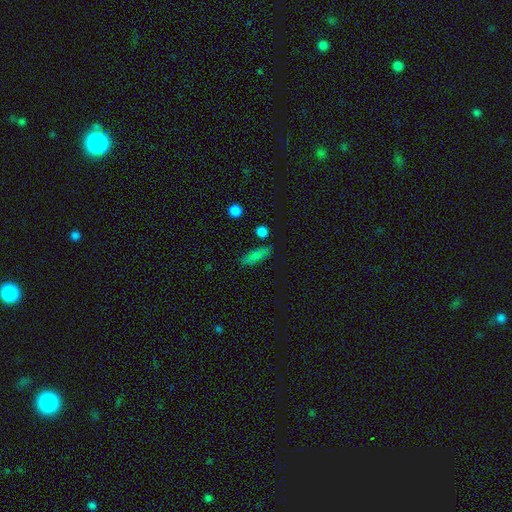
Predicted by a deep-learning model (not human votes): Smooth or featured?
  - smooth: 80% *
  - star or artifact: 10%
  - featured or disk: 10%
How rounded?
  - cigar-shaped: 49% *
  - in between: 47%
  - round: 4%
Merging?
  - none: 79% *
  - minor disturbance: 13%
  - merger: 5%
  - major disturbance: 3%